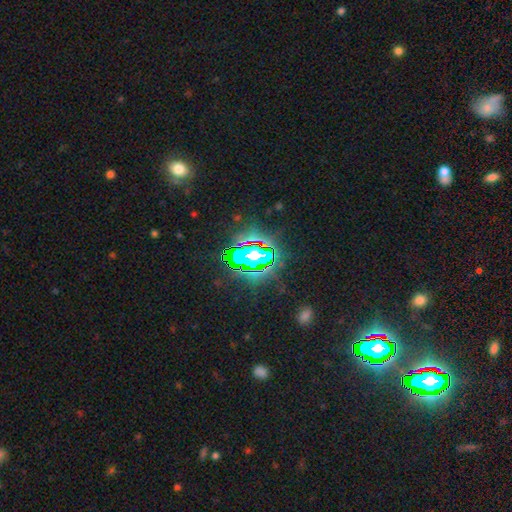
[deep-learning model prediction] Smooth or featured?
  - star or artifact: 72% *
  - smooth: 16%
  - featured or disk: 12%